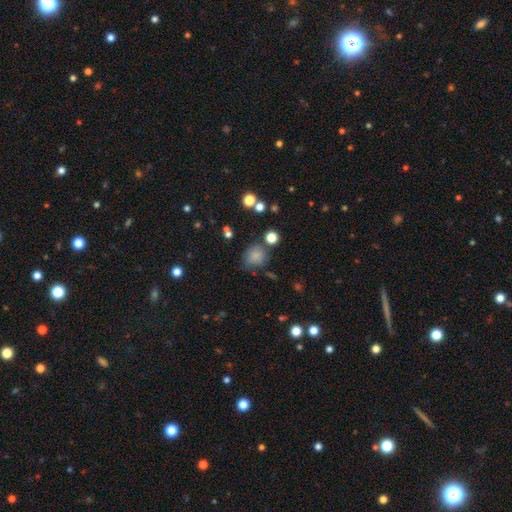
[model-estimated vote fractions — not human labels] Smooth or featured: smooth — 79% (star or artifact — 13%)
How rounded: round — 81% (in between — 18%)
Merging: none — 71% (minor disturbance — 17%)